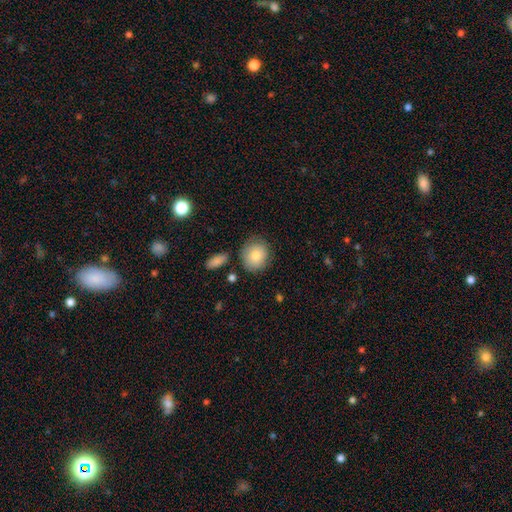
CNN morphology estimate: type=smooth (82%); roundness=round (77%); merging=none (77%).